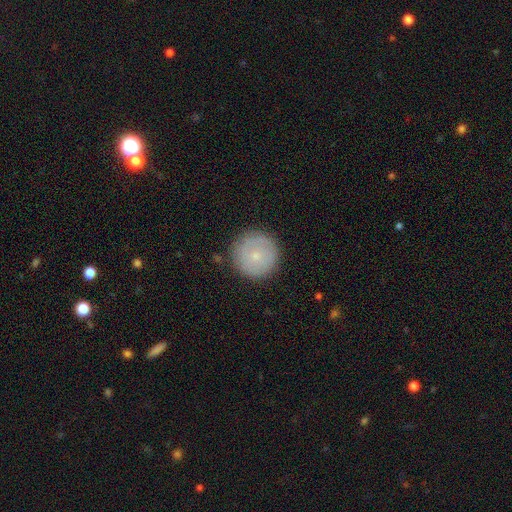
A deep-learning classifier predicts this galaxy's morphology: A smooth galaxy with no disk features (69%) that is round (96%).

Vote fractions:
- Smooth or featured? smooth: 69% / featured or disk: 23% / star or artifact: 8%
- How rounded? round: 96% / in between: 3% / cigar-shaped: 1%
- Merging? none: 88% / minor disturbance: 9% / major disturbance: 2% / merger: 1%